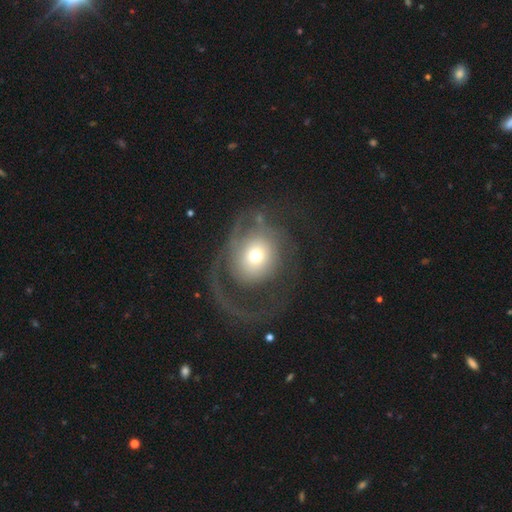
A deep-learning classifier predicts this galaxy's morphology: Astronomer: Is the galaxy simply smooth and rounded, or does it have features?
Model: featured or disk — 58% (runner-up: smooth, 34%).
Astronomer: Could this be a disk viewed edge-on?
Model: no — 96%.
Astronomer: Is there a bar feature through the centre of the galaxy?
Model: no — 80%.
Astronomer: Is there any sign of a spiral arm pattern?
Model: yes — 69%.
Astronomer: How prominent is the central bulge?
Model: moderate — 48% (runner-up: small, 34%).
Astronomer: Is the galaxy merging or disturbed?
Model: major disturbance — 50% (runner-up: none, 35%).